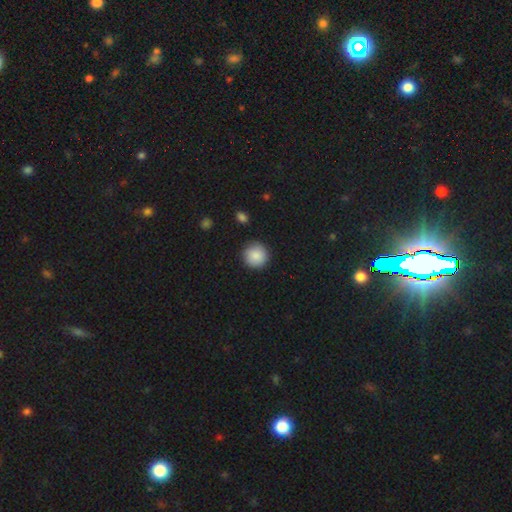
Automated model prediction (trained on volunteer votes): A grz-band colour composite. It shows a smooth galaxy with no disk features (88%) that is round (95%). Merging: none (88%).